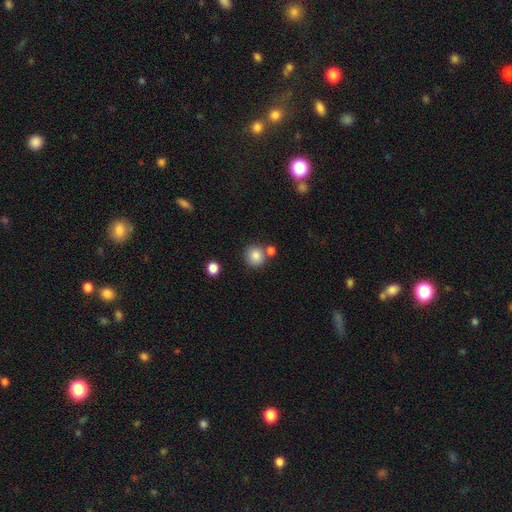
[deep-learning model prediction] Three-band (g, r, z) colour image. It shows a smooth galaxy with no disk features (84%) that is round (88%). Merging: none (69%).